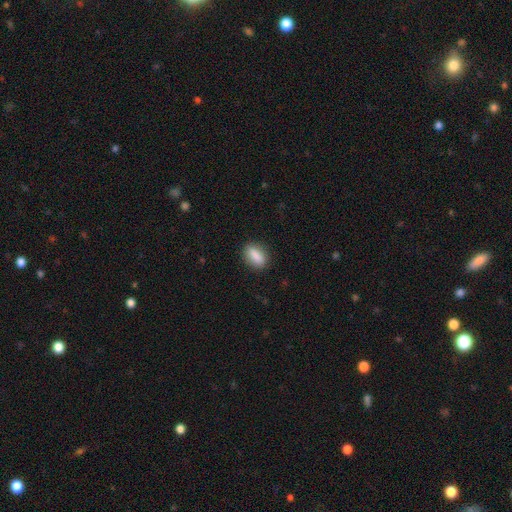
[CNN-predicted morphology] This is clearly a smooth galaxy (85%). How rounded: likely in between (80%). Merging: clearly none (87%).